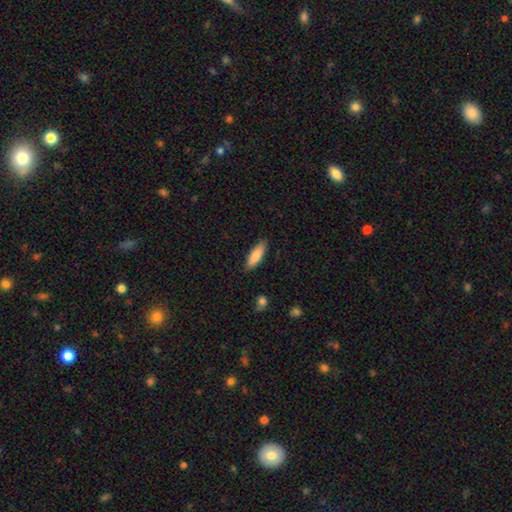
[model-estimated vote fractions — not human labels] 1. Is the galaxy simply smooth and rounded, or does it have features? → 85% smooth, 9% featured or disk, 6% star or artifact.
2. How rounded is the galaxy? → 55% in between, 43% cigar-shaped, 2% round.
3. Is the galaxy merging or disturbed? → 86% none, 11% minor disturbance, 2% major disturbance, 1% merger.